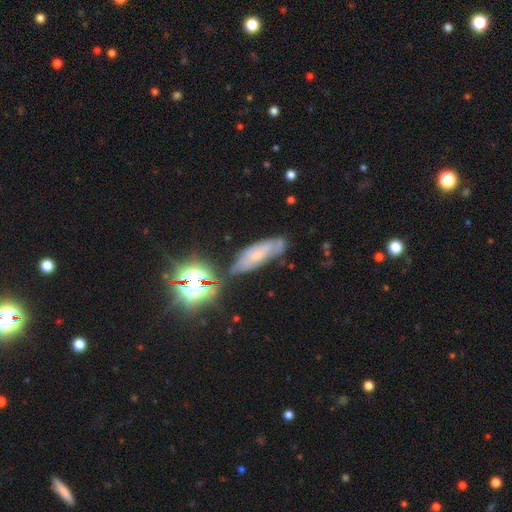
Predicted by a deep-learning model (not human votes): smooth-or-featured: featured or disk: 44% | smooth: 36% | star or artifact: 20%
  merging: none: 62% | minor disturbance: 23% | major disturbance: 8% | merger: 6%